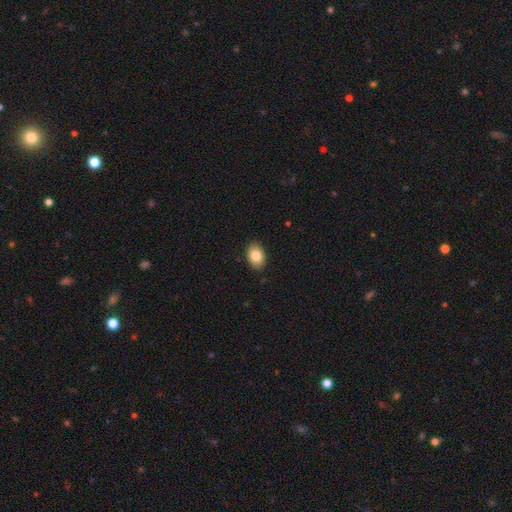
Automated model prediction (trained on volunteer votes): smooth_or_featured: smooth (p=0.84) [alt: featured or disk p=0.08]
how_rounded: in between (p=0.84) [alt: round p=0.15]
merging: none (p=0.89) [alt: minor disturbance p=0.09]